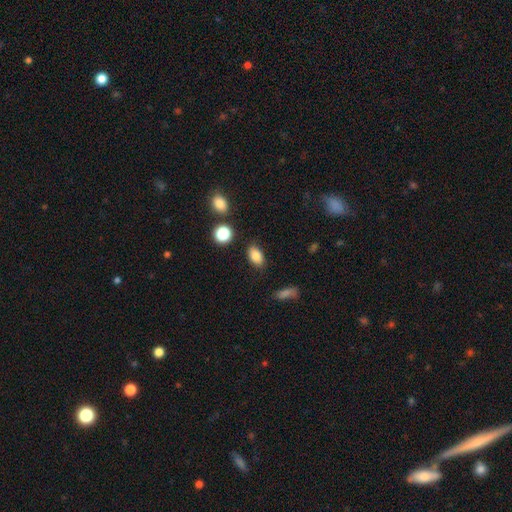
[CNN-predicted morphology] The model was most divided on "smooth or featured": smooth: 85%, star or artifact: 10%, featured or disk: 6%. More confident: how rounded — in between (88%); merging — none (85%).